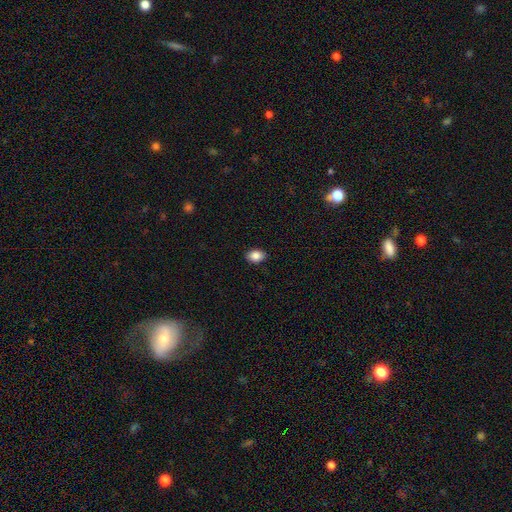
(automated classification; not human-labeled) Morphology: type=smooth (87%); roundness=in between (78%); merging=none (88%).